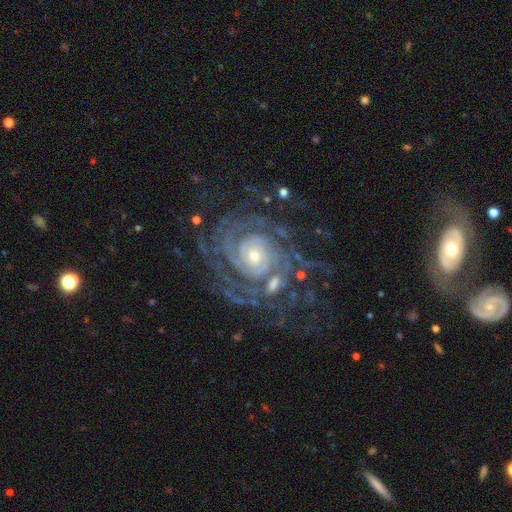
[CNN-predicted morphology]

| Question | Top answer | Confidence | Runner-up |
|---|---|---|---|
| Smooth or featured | featured or disk | 90% | star or artifact (6%) |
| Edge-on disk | no | 97% | yes (3%) |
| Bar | no | 75% | weak (17%) |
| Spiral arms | yes | 98% | no (2%) |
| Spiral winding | tight | 79% | medium (17%) |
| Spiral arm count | can't tell | 24% | 2 (19%) |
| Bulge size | small | 60% | moderate (36%) |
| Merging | none | 69% | minor disturbance (16%) |